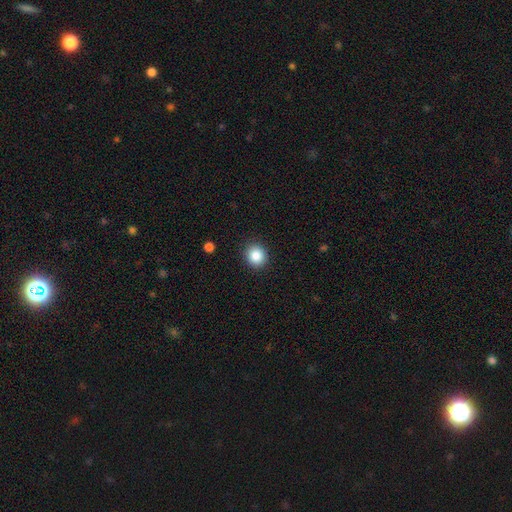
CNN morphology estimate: Q: Smooth or featured?
A: smooth (86%); runner-up: star or artifact (9%)
Q: How rounded?
A: round (84%); runner-up: in between (15%)
Q: Merging?
A: none (90%); runner-up: minor disturbance (7%)